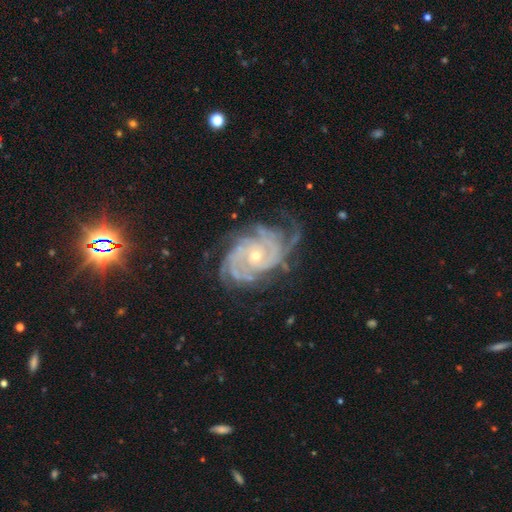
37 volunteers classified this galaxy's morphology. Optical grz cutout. It shows a featured or disk galaxy (86%) with no bar (89%), more than 4 (43%) tight (82%) spiral arms (100%) and a moderate central bulge (54%). Merging: none (76%).